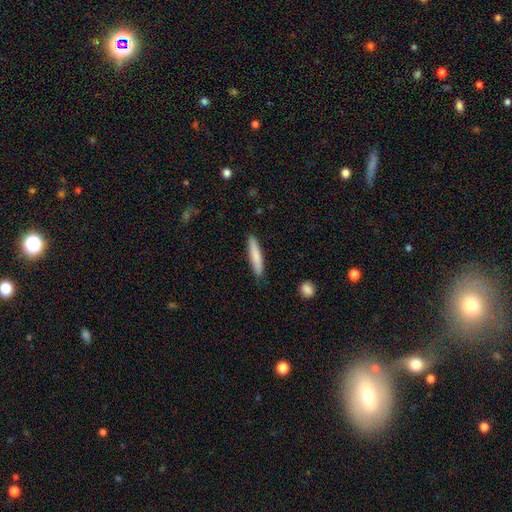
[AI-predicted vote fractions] Q: Smooth or featured?
A: smooth (77%); runner-up: featured or disk (17%)
Q: How rounded?
A: cigar-shaped (90%); runner-up: in between (8%)
Q: Merging?
A: none (87%); runner-up: minor disturbance (10%)